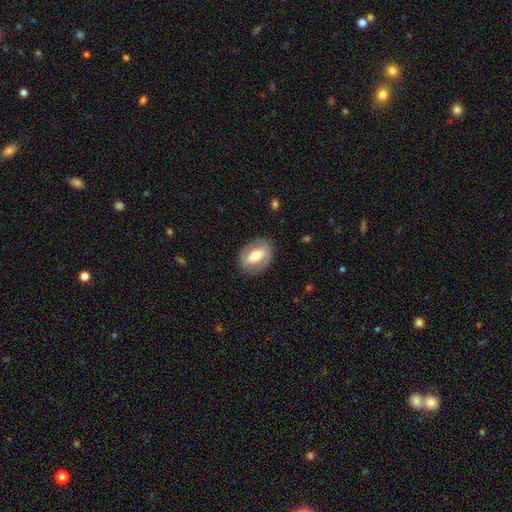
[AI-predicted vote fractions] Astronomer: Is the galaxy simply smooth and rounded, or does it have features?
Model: featured or disk — 47%, tied with smooth at 47%.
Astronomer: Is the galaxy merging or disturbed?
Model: none — 82%.